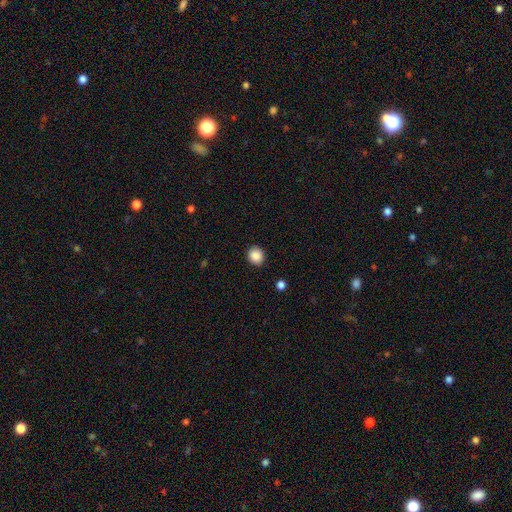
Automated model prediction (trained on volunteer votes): Overall: smooth (88%). How rounded: round (81%). Merging: none (90%).